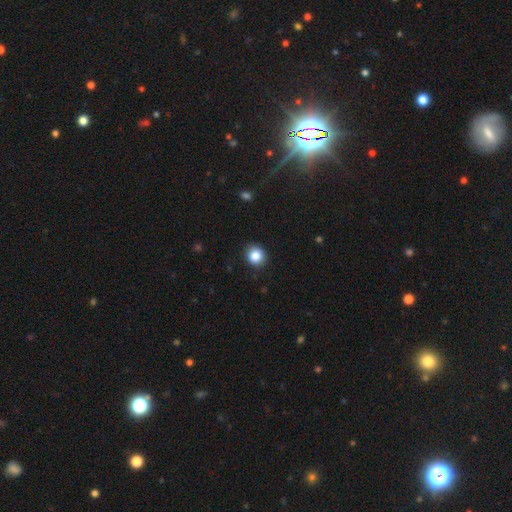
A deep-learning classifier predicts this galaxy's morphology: Overall: smooth (85%). How rounded: round (83%). Merging: none (89%).